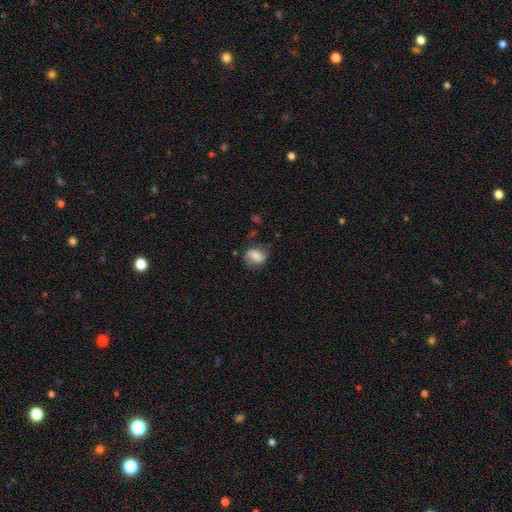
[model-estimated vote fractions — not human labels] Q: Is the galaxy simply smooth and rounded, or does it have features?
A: smooth — 69%.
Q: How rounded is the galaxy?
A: in between — 62%.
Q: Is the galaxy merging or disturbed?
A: none — 65%.